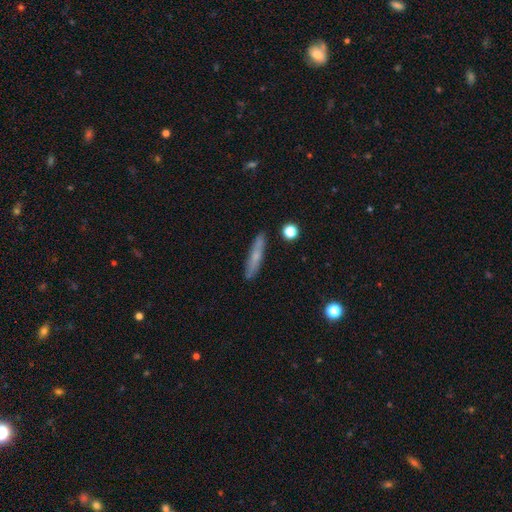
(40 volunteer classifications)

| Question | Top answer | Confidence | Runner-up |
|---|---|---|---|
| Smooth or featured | featured or disk | 52% | smooth (40%) |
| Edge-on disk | yes | 90% | no (10%) |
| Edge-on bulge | none | 53% | rounded (47%) |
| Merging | none | 89% | minor disturbance (11%) |